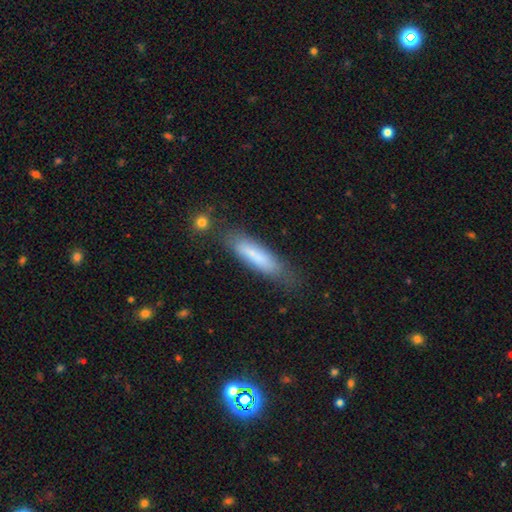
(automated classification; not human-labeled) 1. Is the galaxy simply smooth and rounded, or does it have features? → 71% smooth, 22% featured or disk, 7% star or artifact.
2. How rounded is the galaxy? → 70% cigar-shaped, 29% in between, 2% round.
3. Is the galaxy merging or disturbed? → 69% none, 20% minor disturbance, 7% major disturbance, 4% merger.